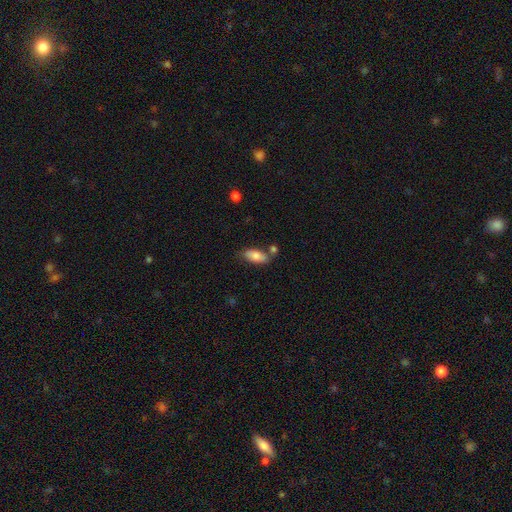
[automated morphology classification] Smooth or featured: smooth — 79% (featured or disk — 14%)
How rounded: in between — 84% (cigar-shaped — 13%)
Merging: none — 68% (minor disturbance — 16%)